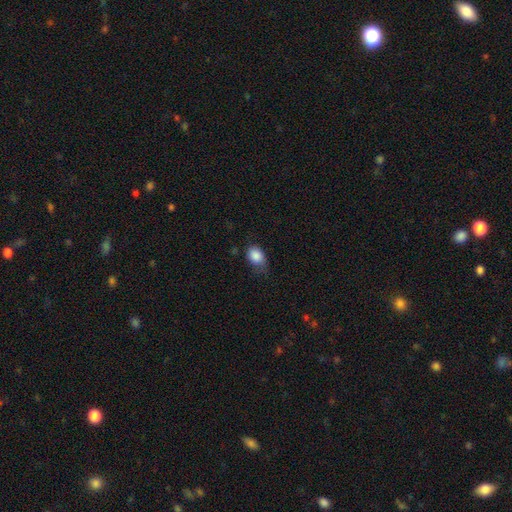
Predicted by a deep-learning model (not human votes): A smooth galaxy with no disk features (87%) that is in between round and cigar-shaped (72%). Merging: none (55%).